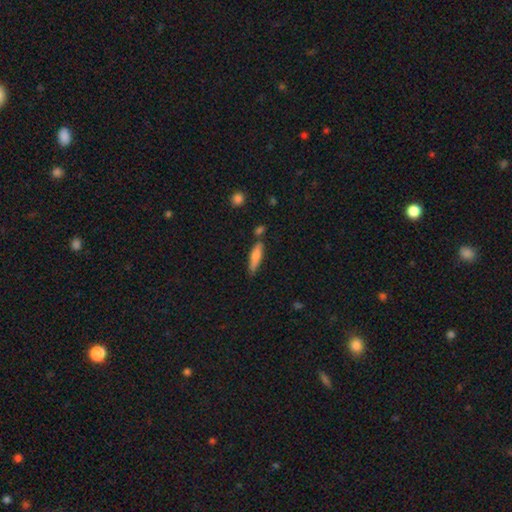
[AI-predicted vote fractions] Smooth or featured? Predicted: smooth (p=0.68). How rounded? Predicted: cigar-shaped (p=0.75). Merging? Predicted: none (p=0.70).